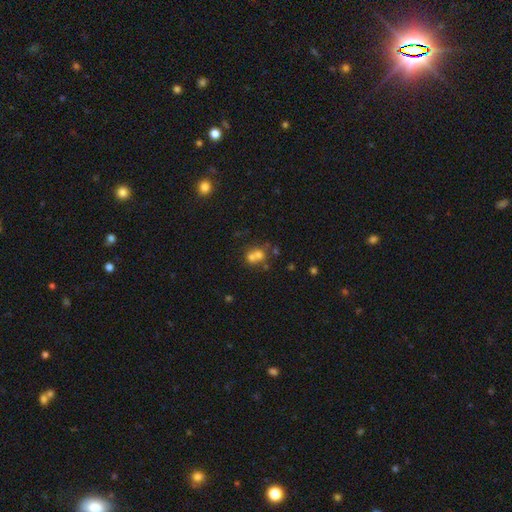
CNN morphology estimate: A smooth galaxy with no disk features (62%) that is round (76%). Merging: merger (57%).